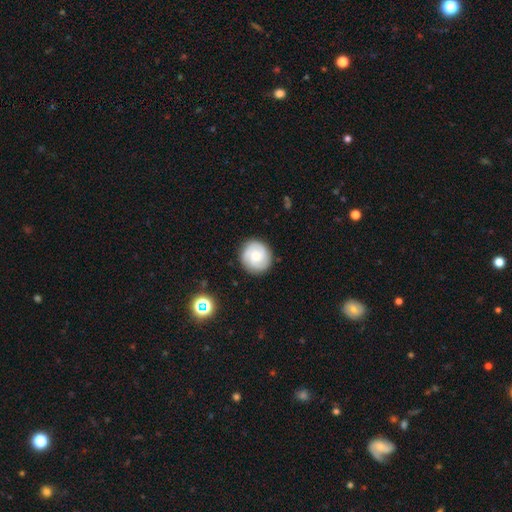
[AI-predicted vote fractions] Smooth or featured?
  - featured or disk: 50% *
  - smooth: 42%
  - star or artifact: 8%
Edge-on disk?
  - no: 98% *
  - yes: 2%
Merging?
  - none: 86% *
  - minor disturbance: 9%
  - major disturbance: 3%
  - merger: 1%